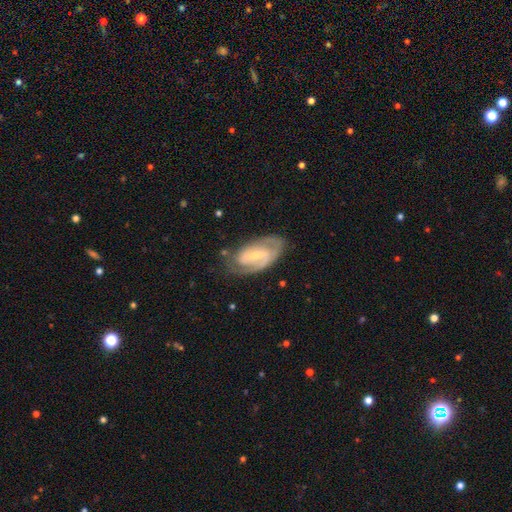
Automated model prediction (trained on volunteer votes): This appears to be a featured or disk galaxy (80%) with a weak bar (48%), 2 (71%) tight (46%) spiral arms (92%) and a small central bulge (60%). Merging: none (68%).